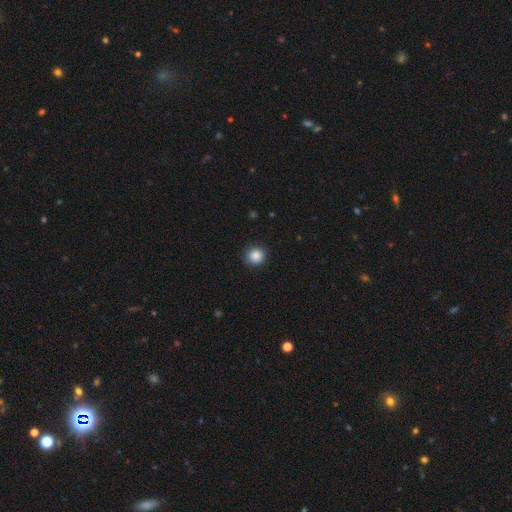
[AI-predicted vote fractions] Smooth or featured: smooth — 87% (star or artifact — 10%)
How rounded: round — 94% (in between — 5%)
Merging: none — 89% (minor disturbance — 8%)